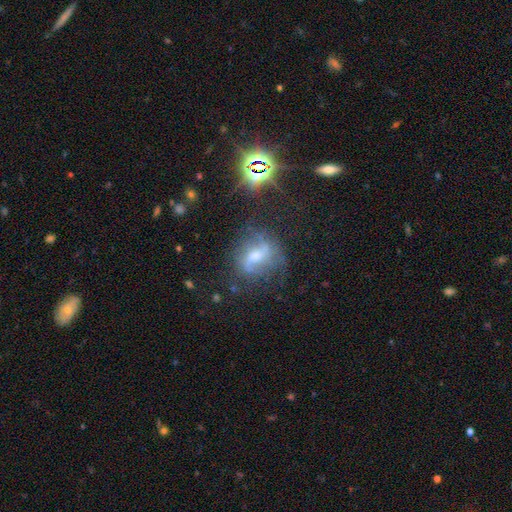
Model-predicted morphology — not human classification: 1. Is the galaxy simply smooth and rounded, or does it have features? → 61% featured or disk, 19% smooth, 19% star or artifact.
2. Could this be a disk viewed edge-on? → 93% no, 7% yes.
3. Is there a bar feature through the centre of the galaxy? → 43% weak, 29% no, 28% strong.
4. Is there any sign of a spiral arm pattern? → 76% yes, 24% no.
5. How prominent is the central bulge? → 52% moderate, 35% small, 6% large, 5% none, 1% dominant.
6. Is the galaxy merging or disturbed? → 61% none, 21% minor disturbance, 15% major disturbance, 3% merger.